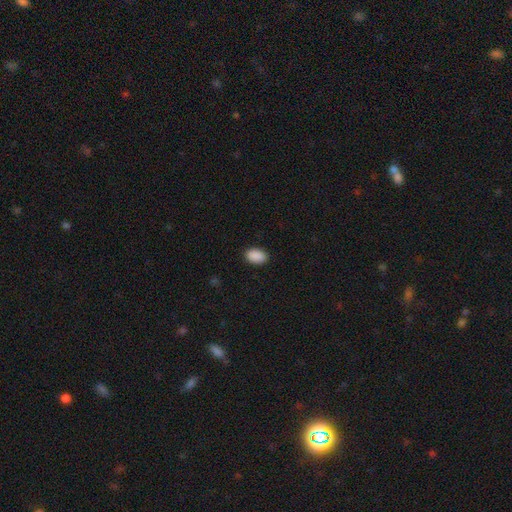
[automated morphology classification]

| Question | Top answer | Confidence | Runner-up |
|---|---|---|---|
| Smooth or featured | smooth | 91% | star or artifact (7%) |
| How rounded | in between | 90% | round (9%) |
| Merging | none | 89% | minor disturbance (8%) |